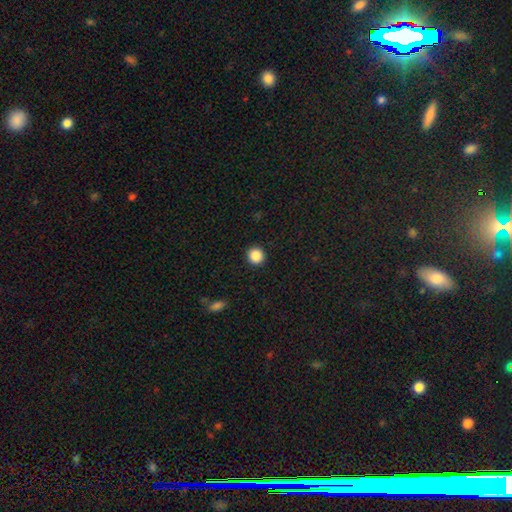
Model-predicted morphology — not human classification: smooth-or-featured: smooth: 87% | star or artifact: 9% | featured or disk: 3%
  how-rounded: round: 92% | in between: 7% | cigar-shaped: 1%
  merging: none: 93% | minor disturbance: 5% | major disturbance: 2% | merger: 1%